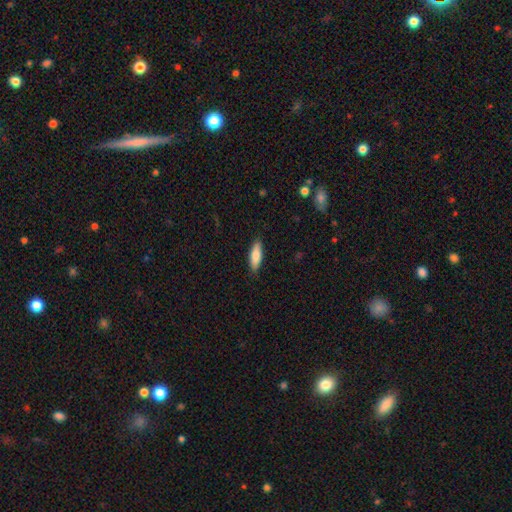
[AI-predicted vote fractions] Morphology: type=smooth (82%); roundness=in between (56%); merging=none (87%).